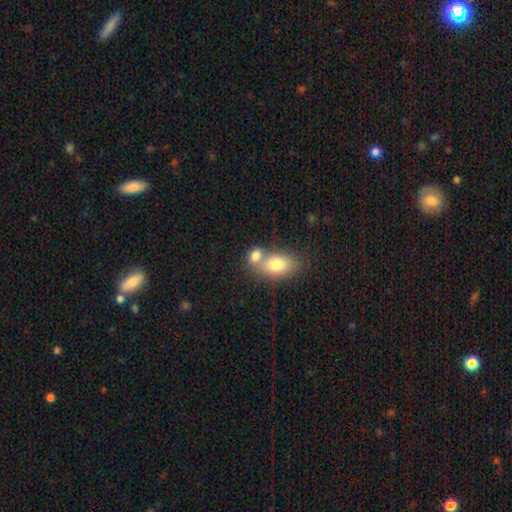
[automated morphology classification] This is likely a smooth galaxy (78%). How rounded: likely in between (68%). Merging: possibly merger (59%).